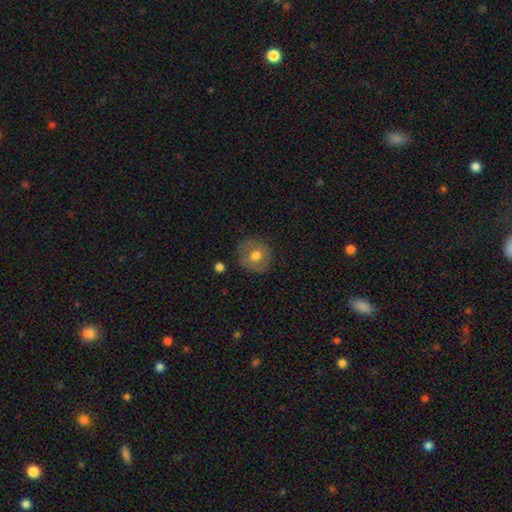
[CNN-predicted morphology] This appears to be a smooth galaxy with no disk features (67%) that is round (88%). Merging: none (83%).